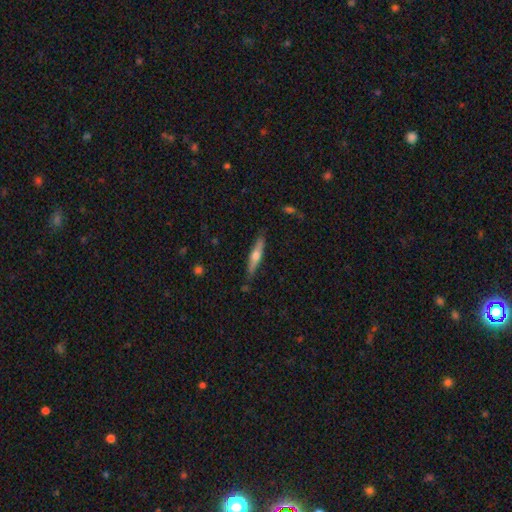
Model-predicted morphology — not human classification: A featured or disk galaxy (52%) viewed edge-on (93%).

Vote fractions:
- Smooth or featured? featured or disk: 52% / smooth: 43% / star or artifact: 6%
- Edge-on disk? yes: 93% / no: 7%
- Merging? none: 85% / minor disturbance: 11% / major disturbance: 2% / merger: 2%